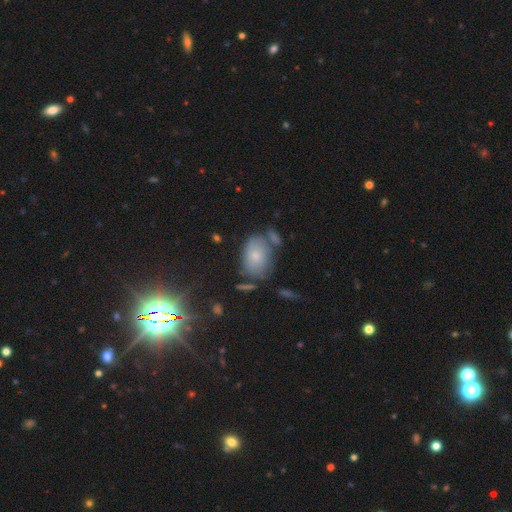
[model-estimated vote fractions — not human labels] Smooth or featured? Predicted: smooth (p=0.71). How rounded? Predicted: in between (p=0.78). Merging? Predicted: none (p=0.58).